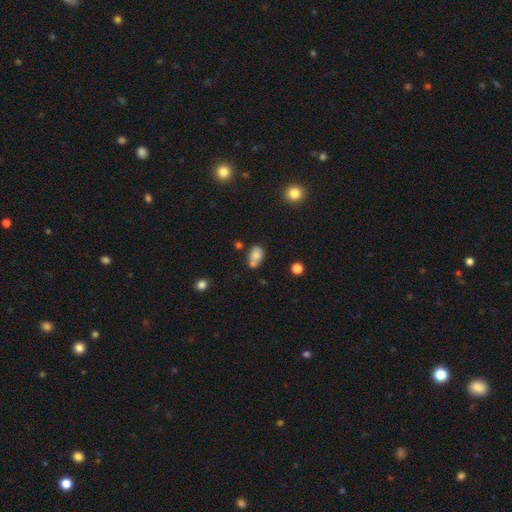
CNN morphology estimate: Smooth or featured? smooth (75%)
How rounded? in between (62%)
Merging? none (41%)